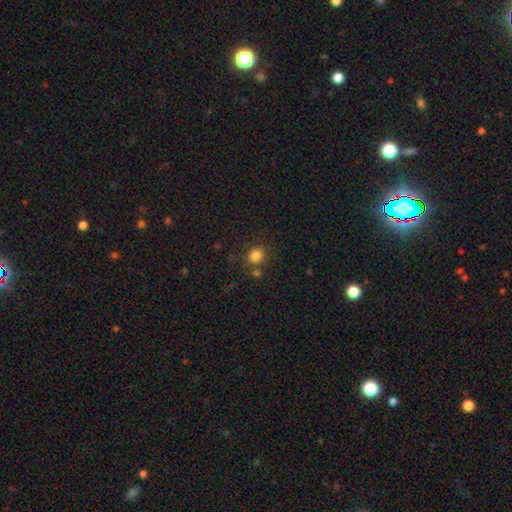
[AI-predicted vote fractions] Smooth or featured? Predicted: smooth (p=0.82). How rounded? Predicted: round (p=0.82). Merging? Predicted: none (p=0.74).